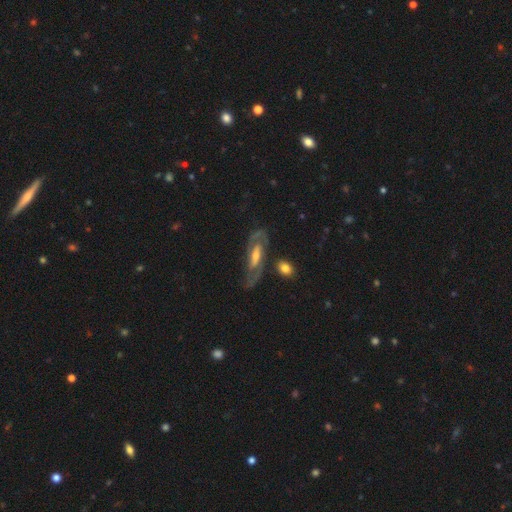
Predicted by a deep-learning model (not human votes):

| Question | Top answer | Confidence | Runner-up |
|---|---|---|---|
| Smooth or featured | featured or disk | 83% | smooth (12%) |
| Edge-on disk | no | 88% | yes (12%) |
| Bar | weak | 45% | strong (30%) |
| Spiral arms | yes | 90% | no (10%) |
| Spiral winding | medium | 49% | tight (34%) |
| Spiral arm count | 2 | 83% | can't tell (10%) |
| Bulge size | moderate | 50% | small (37%) |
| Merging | none | 70% | minor disturbance (16%) |